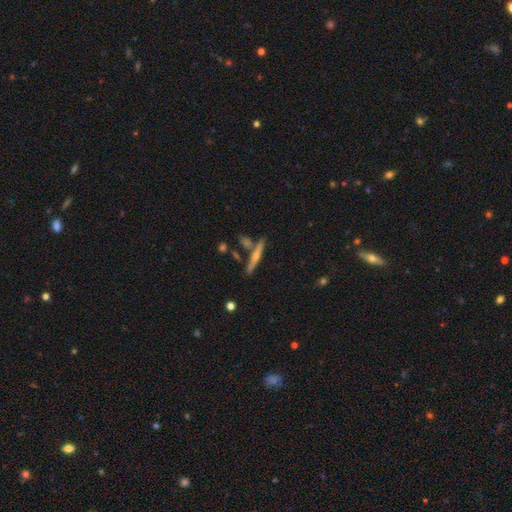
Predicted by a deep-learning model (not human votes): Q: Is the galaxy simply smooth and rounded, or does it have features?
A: featured or disk — 53%.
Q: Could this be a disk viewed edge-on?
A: yes — 95%.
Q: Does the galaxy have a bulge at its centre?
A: rounded — 76%.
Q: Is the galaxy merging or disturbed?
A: none — 77%.